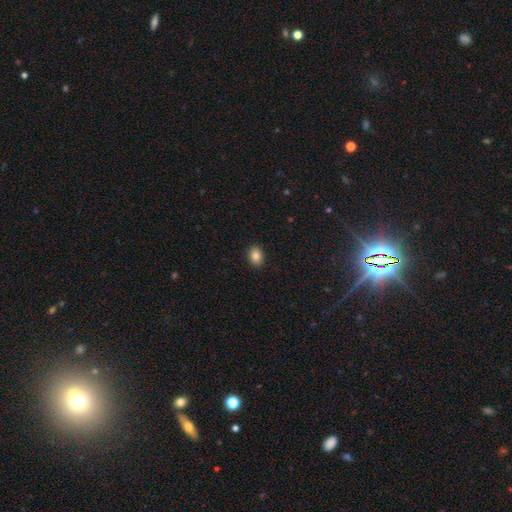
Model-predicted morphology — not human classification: Smooth or featured: smooth — 85% (star or artifact — 9%)
How rounded: in between — 69% (round — 30%)
Merging: none — 90% (minor disturbance — 7%)